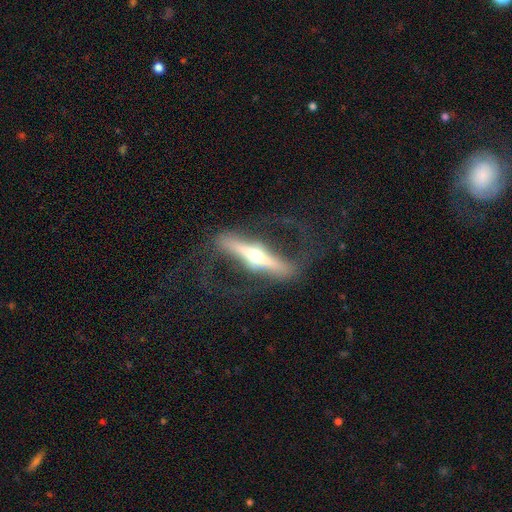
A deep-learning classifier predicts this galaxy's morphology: Q: Smooth or featured?
A: featured or disk (79%); runner-up: smooth (16%)
Q: Edge-on disk?
A: yes (81%); runner-up: no (19%)
Q: Edge-on bulge?
A: rounded (92%); runner-up: none (4%)
Q: Merging?
A: none (62%); runner-up: major disturbance (22%)